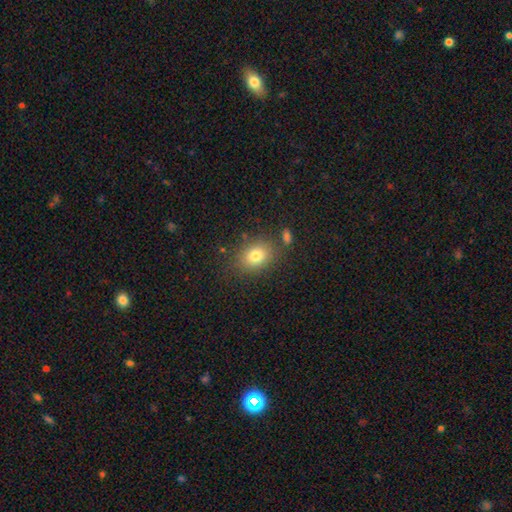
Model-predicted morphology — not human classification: smooth-or-featured: smooth: 78% | star or artifact: 11% | featured or disk: 10%
  how-rounded: in between: 58% | round: 41% | cigar-shaped: 1%
  merging: none: 79% | minor disturbance: 12% | merger: 5% | major disturbance: 4%